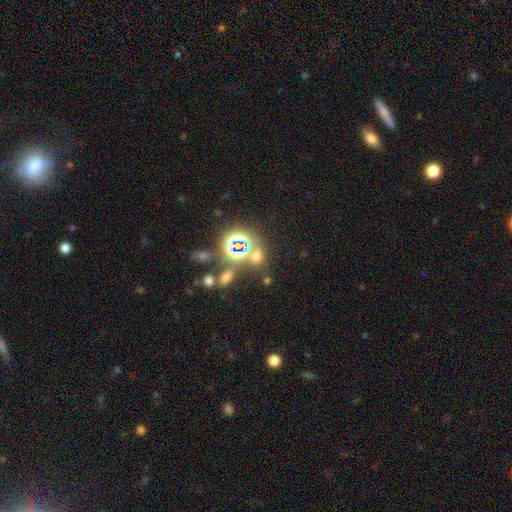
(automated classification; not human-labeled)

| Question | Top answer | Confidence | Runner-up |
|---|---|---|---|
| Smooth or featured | smooth | 46% | star or artifact (45%) |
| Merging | none | 58% | merger (24%) |